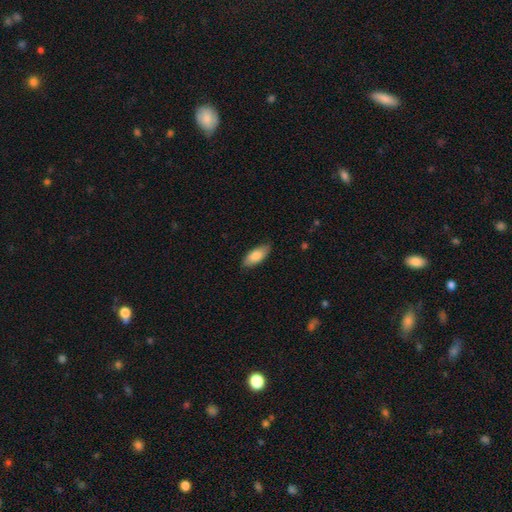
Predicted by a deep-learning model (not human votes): This is clearly a smooth galaxy (82%). How rounded: clearly in between (83%). Merging: clearly none (85%).